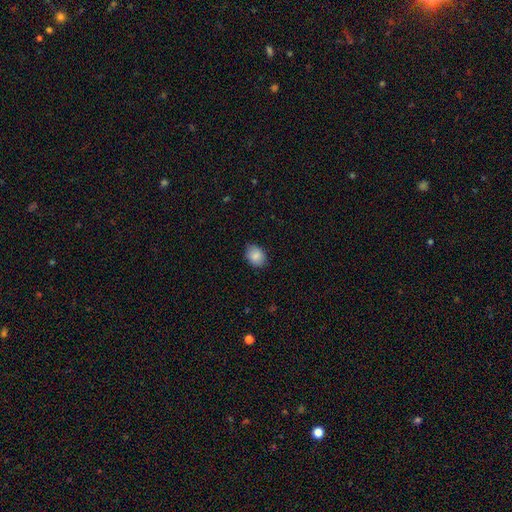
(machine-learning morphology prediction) A smooth galaxy with no disk features (87%) that is in between round and cigar-shaped (70%). Merging: none (84%).